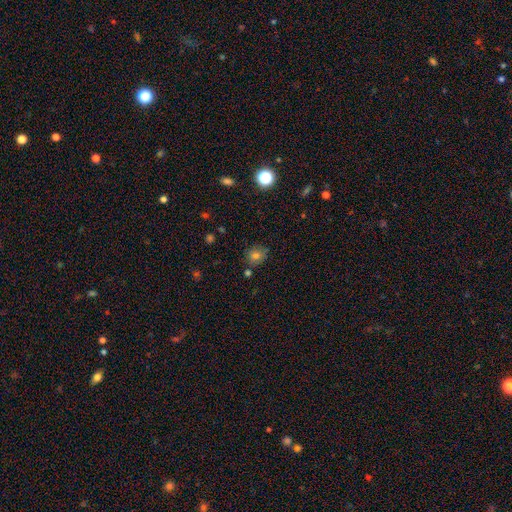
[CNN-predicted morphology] A smooth galaxy with no disk features (75%) that is round (75%).

Vote fractions:
- Smooth or featured? smooth: 75% / star or artifact: 15% / featured or disk: 9%
- How rounded? round: 75% / in between: 24% / cigar-shaped: 1%
- Merging? none: 76% / minor disturbance: 14% / merger: 6% / major disturbance: 3%